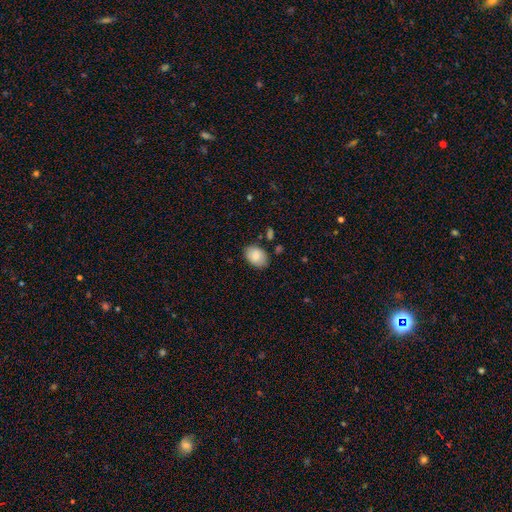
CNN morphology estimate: smooth-or-featured: smooth: 86% | star or artifact: 7% | featured or disk: 7%
  how-rounded: in between: 81% | round: 18% | cigar-shaped: 1%
  merging: none: 81% | minor disturbance: 14% | major disturbance: 3% | merger: 2%